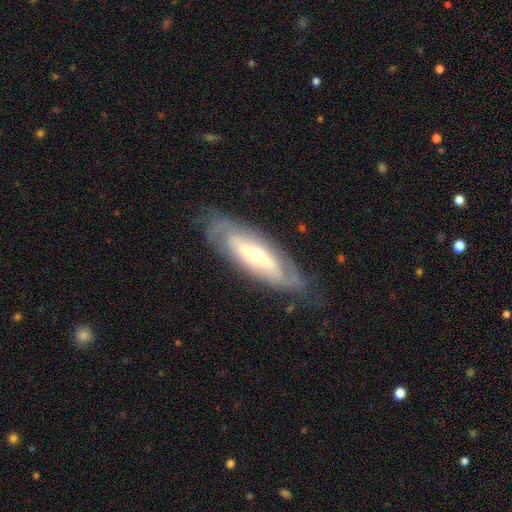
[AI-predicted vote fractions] Smooth or featured?
  - featured or disk: 73% *
  - smooth: 22%
  - star or artifact: 6%
Edge-on disk?
  - no: 76% *
  - yes: 24%
Bar?
  - no: 42% *
  - strong: 30%
  - weak: 29%
Spiral arms?
  - yes: 74% *
  - no: 26%
Bulge size?
  - moderate: 54% *
  - small: 37%
  - large: 7%
  - dominant: 1%
  - none: 1%
Merging?
  - none: 74% *
  - minor disturbance: 18%
  - major disturbance: 7%
  - merger: 1%